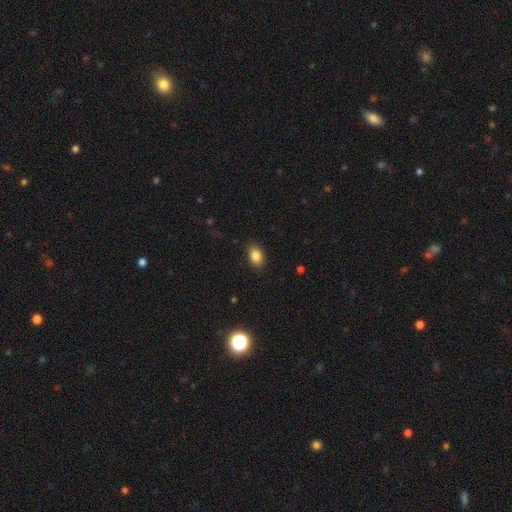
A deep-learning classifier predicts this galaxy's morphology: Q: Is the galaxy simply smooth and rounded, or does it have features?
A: smooth — 85%.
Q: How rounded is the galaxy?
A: in between — 82%.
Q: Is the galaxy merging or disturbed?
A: none — 88%.